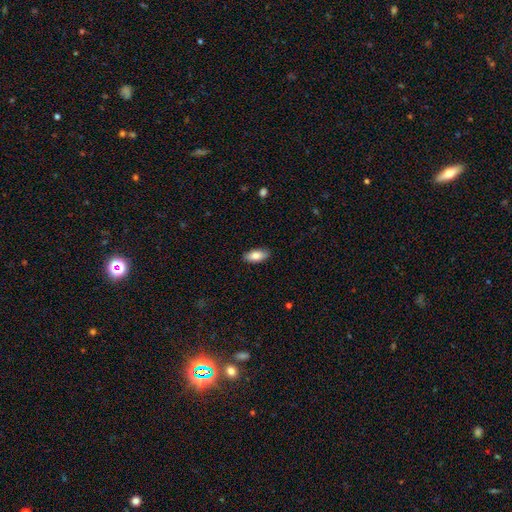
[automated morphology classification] Smooth or featured?
  - smooth: 83% *
  - featured or disk: 11%
  - star or artifact: 6%
How rounded?
  - in between: 90% *
  - cigar-shaped: 7%
  - round: 2%
Merging?
  - none: 89% *
  - minor disturbance: 9%
  - major disturbance: 2%
  - merger: 1%